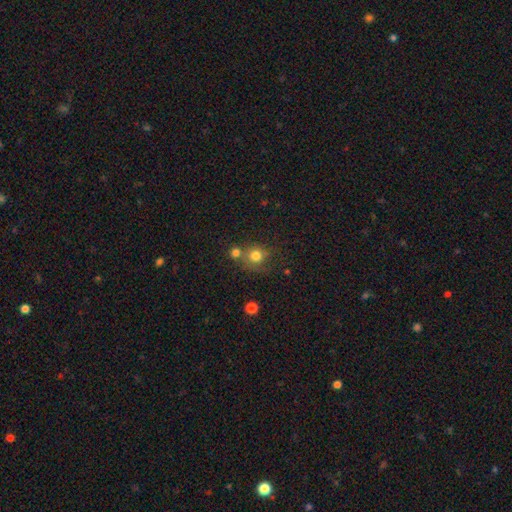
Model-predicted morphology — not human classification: smooth_or_featured: smooth (p=0.77) [alt: star or artifact p=0.13]
how_rounded: round (p=0.86) [alt: in between p=0.13]
merging: none (p=0.53) [alt: merger p=0.27]